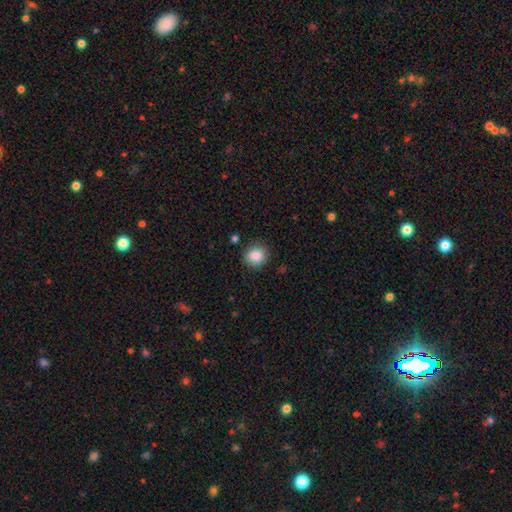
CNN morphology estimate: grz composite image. It shows a smooth galaxy with no disk features (87%) that is round (86%). Merging: none (85%).